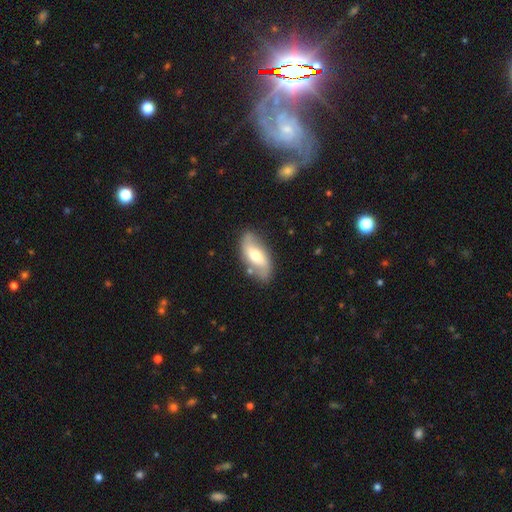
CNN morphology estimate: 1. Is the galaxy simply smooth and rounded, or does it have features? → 57% featured or disk, 37% smooth, 6% star or artifact.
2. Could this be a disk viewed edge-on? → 89% no, 11% yes.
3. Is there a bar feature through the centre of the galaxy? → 42% no, 39% weak, 18% strong.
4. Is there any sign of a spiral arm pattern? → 81% yes, 19% no.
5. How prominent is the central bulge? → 63% moderate, 22% small, 12% large, 2% none, 2% dominant.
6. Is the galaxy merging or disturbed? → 78% none, 15% minor disturbance, 4% major disturbance, 3% merger.